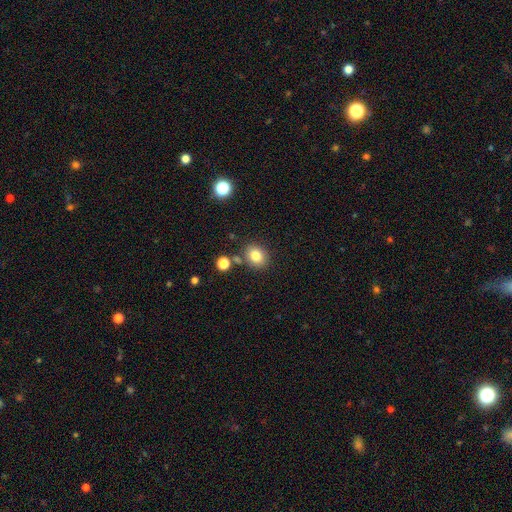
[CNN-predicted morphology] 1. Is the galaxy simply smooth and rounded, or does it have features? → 81% smooth, 11% star or artifact, 8% featured or disk.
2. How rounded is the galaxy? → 60% round, 39% in between, 1% cigar-shaped.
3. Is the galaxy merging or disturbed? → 79% none, 11% minor disturbance, 7% merger, 3% major disturbance.